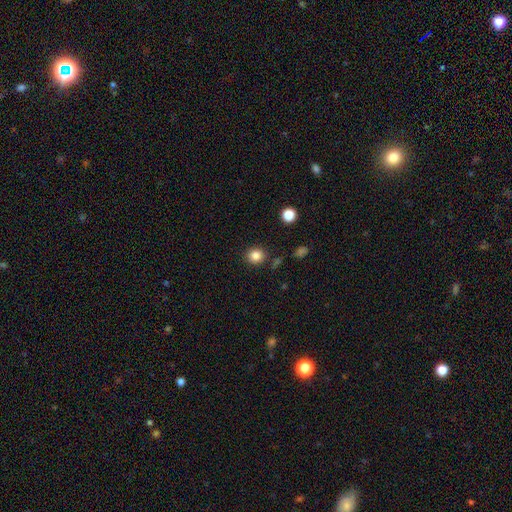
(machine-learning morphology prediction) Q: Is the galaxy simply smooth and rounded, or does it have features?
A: smooth — 84%.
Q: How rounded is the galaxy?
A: round — 78%.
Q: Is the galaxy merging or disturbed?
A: none — 85%.